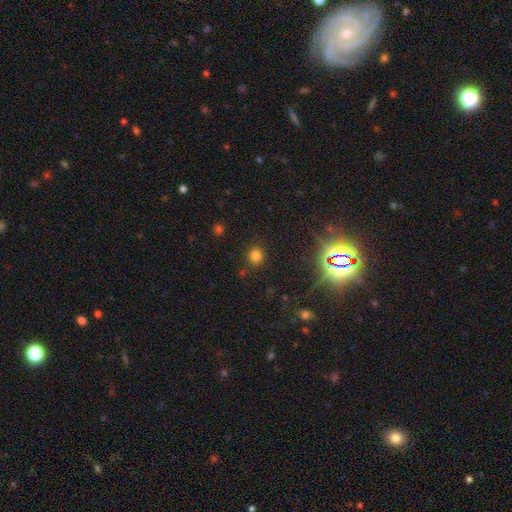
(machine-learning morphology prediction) Smooth or featured? Predicted: smooth (p=0.76). How rounded? Predicted: round (p=0.83). Merging? Predicted: none (p=0.86).